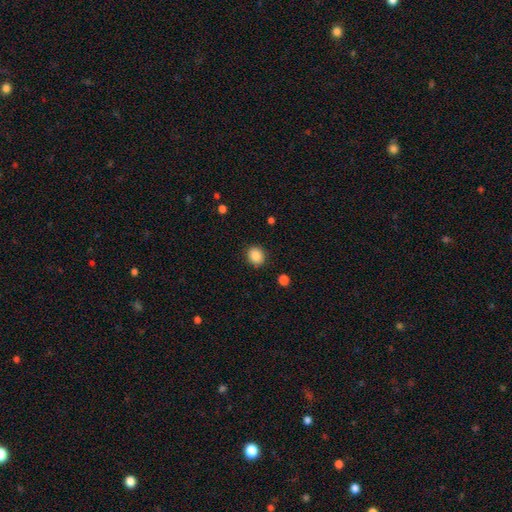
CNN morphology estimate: This appears to be a smooth galaxy with no disk features (87%) that is round (73%). Merging: none (88%).